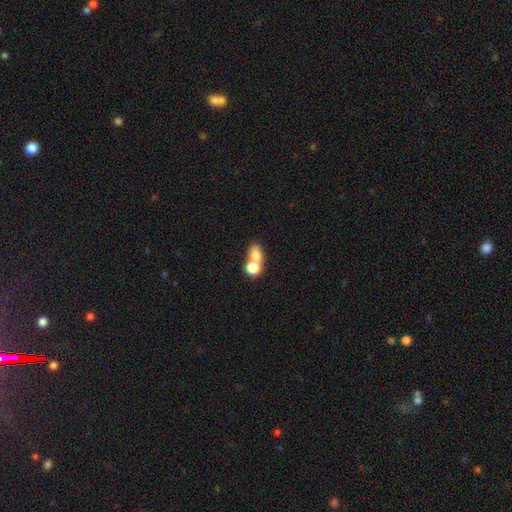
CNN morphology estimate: Q: Smooth or featured?
A: smooth (75%); runner-up: featured or disk (15%)
Q: How rounded?
A: in between (51%); runner-up: round (48%)
Q: Merging?
A: merger (65%); runner-up: none (24%)